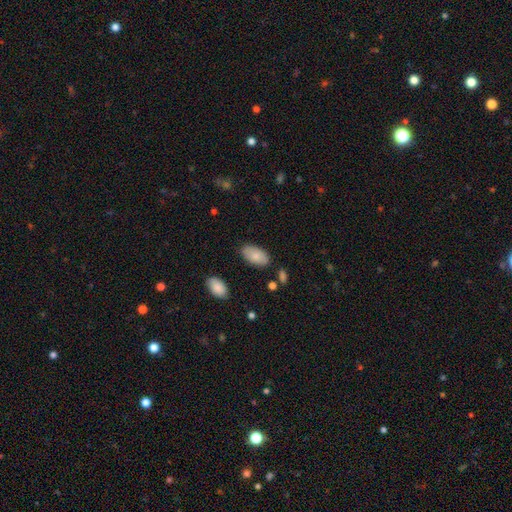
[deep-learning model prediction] smooth-or-featured: smooth: 82% | featured or disk: 11% | star or artifact: 6%
  how-rounded: in between: 95% | round: 3% | cigar-shaped: 2%
  merging: none: 82% | minor disturbance: 13% | major disturbance: 3% | merger: 2%